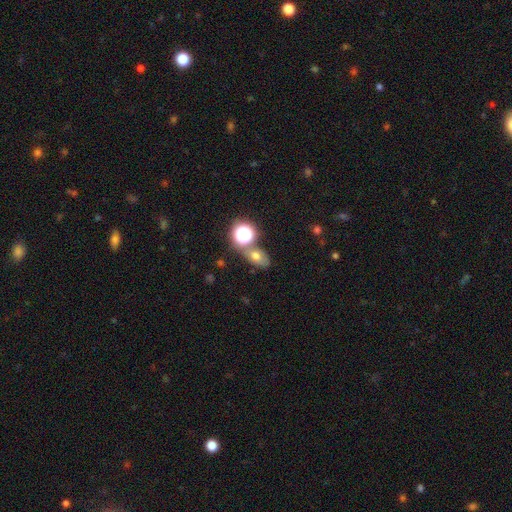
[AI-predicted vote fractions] Smooth or featured? smooth (60%)
How rounded? in between (71%)
Merging? none (60%)